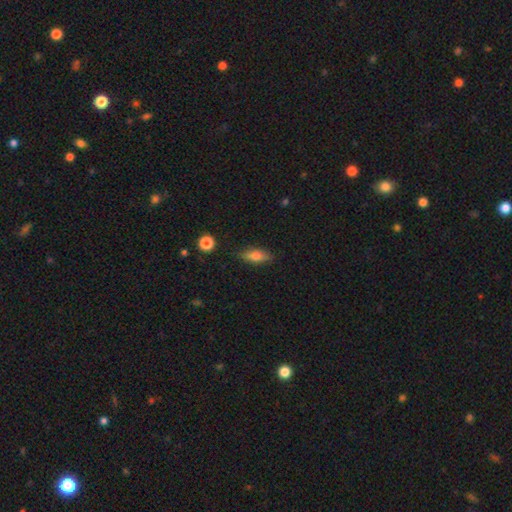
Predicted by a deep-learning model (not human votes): Smooth or featured? Predicted: smooth (p=0.73). How rounded? Predicted: in between (p=0.69). Merging? Predicted: none (p=0.85).